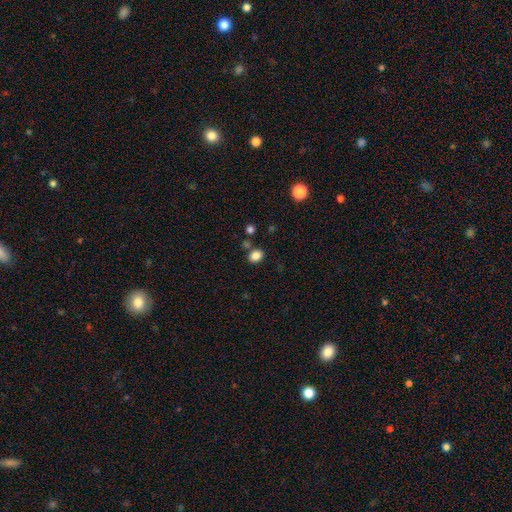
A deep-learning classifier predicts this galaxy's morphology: The model was most divided on "how rounded": in between: 56%, round: 44%, cigar-shaped: 1%. More confident: smooth or featured — smooth (83%); merging — none (76%).